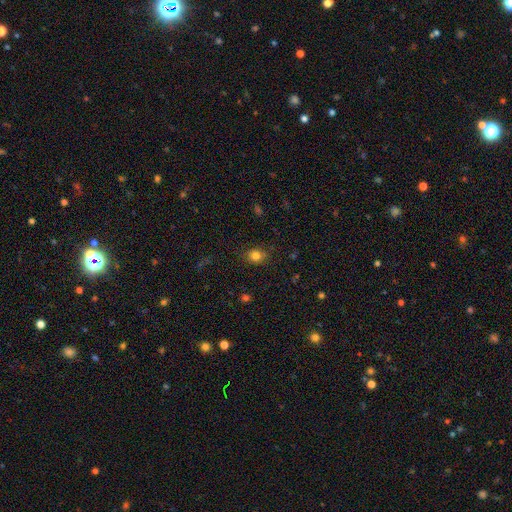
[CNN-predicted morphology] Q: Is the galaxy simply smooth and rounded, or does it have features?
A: smooth — 80%.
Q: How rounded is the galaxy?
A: round — 69%.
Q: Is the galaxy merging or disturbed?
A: none — 78%.